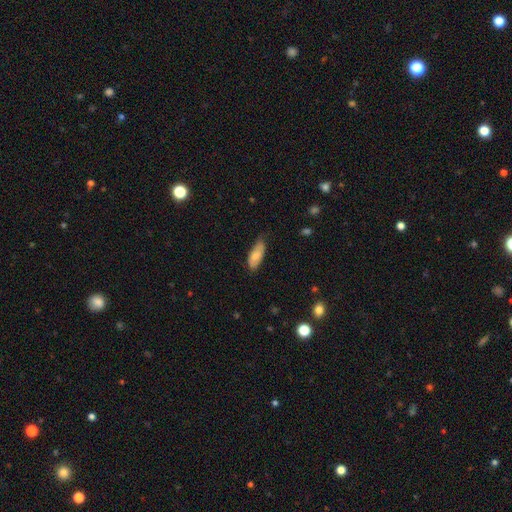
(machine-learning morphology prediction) A smooth galaxy with no disk features (77%) that is in between round and cigar-shaped (80%). Merging: none (62%).